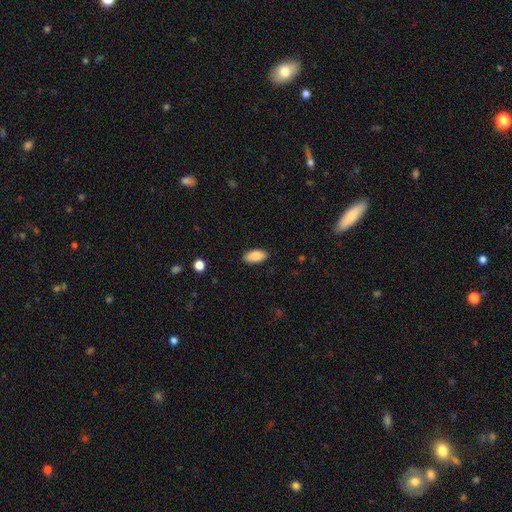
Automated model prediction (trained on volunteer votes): A smooth galaxy with no disk features (87%) that is in between round and cigar-shaped (93%).

Vote fractions:
- Smooth or featured? smooth: 87% / featured or disk: 7% / star or artifact: 7%
- How rounded? in between: 93% / cigar-shaped: 5% / round: 2%
- Merging? none: 88% / minor disturbance: 9% / major disturbance: 2% / merger: 1%